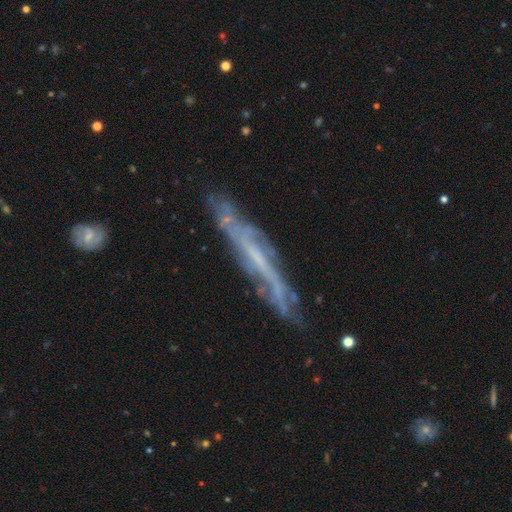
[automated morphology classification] Smooth or featured? Predicted: featured or disk (p=0.75). Edge-on disk? Predicted: yes (p=0.63). Merging? Predicted: none (p=0.68).